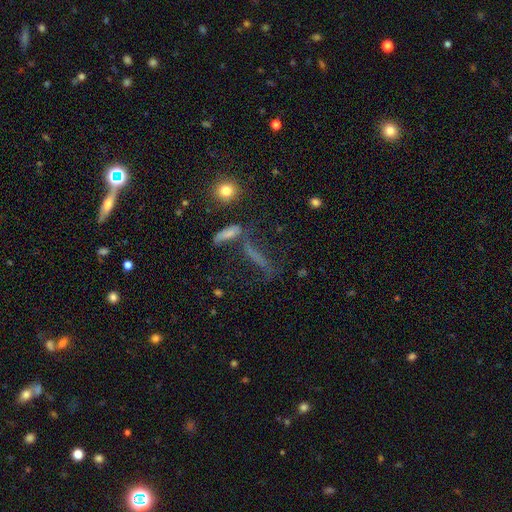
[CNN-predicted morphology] Smooth or featured?
  - smooth: 38% *
  - featured or disk: 36%
  - star or artifact: 25%
Merging?
  - none: 52% *
  - minor disturbance: 17%
  - major disturbance: 16%
  - merger: 15%